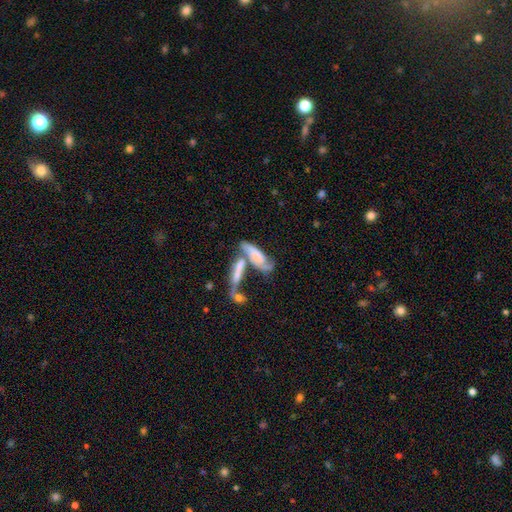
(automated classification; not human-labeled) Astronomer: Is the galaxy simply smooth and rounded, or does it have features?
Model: featured or disk — 52% (runner-up: smooth, 40%).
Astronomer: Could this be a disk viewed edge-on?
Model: no — 77%.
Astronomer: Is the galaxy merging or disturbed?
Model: merger — 57%.